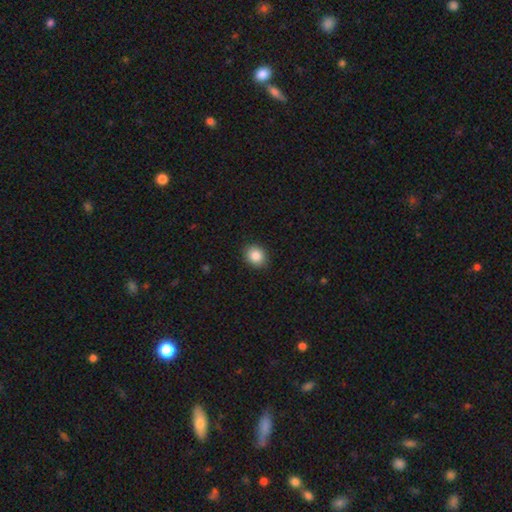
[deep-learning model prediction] Q: Smooth or featured?
A: smooth (86%); runner-up: star or artifact (9%)
Q: How rounded?
A: round (64%); runner-up: in between (35%)
Q: Merging?
A: none (90%); runner-up: minor disturbance (7%)